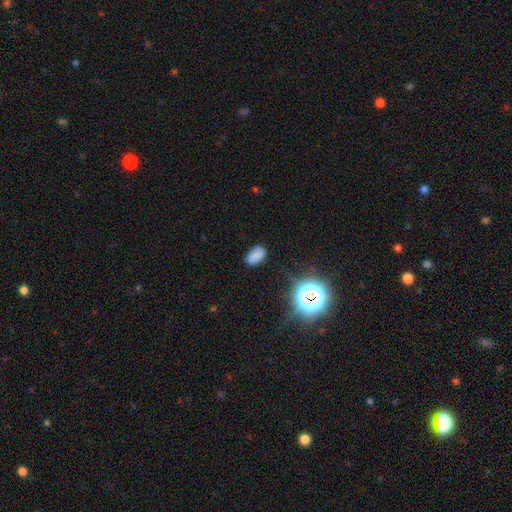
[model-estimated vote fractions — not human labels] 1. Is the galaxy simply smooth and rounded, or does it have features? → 70% smooth, 18% star or artifact, 11% featured or disk.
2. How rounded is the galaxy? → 90% in between, 8% round, 2% cigar-shaped.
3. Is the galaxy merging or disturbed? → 76% none, 17% minor disturbance, 4% major disturbance, 2% merger.